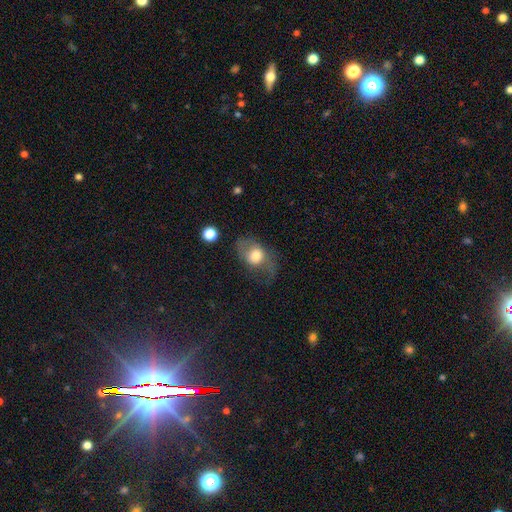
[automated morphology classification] type=smooth (58%); roundness=in between (59%); merging=none (44%).